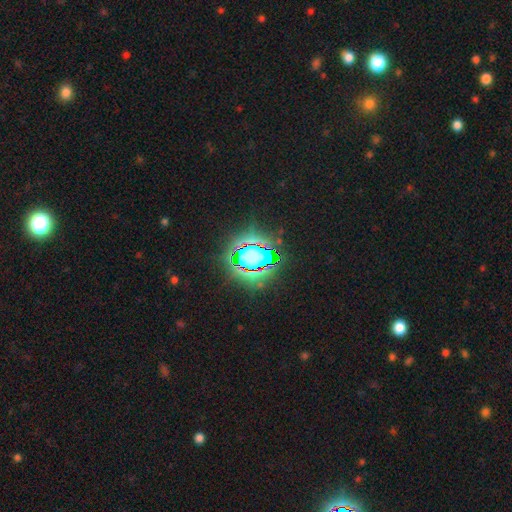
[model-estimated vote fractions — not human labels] Overall: star or artifact (65%).